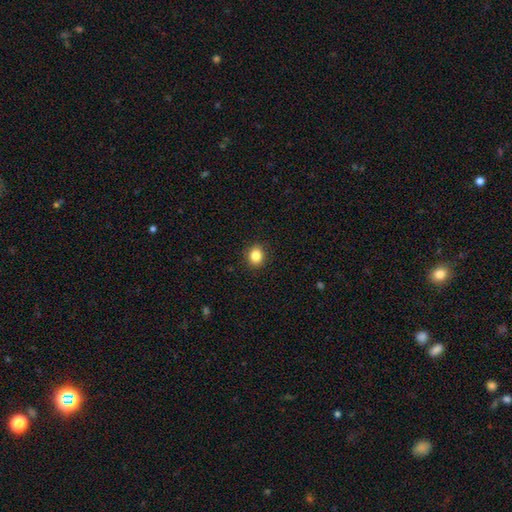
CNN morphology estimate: A smooth galaxy with no disk features (85%) that is round (68%). Merging: none (91%).